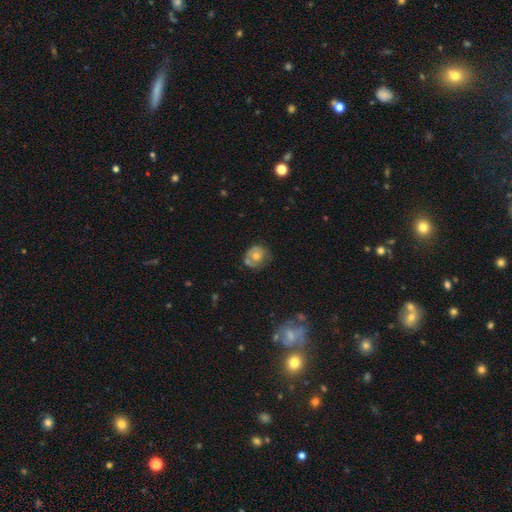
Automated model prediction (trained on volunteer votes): smooth-or-featured: smooth: 50% | featured or disk: 42% | star or artifact: 8%
  how-rounded: round: 75% | in between: 24% | cigar-shaped: 1%
  merging: none: 52% | minor disturbance: 27% | major disturbance: 12% | merger: 10%